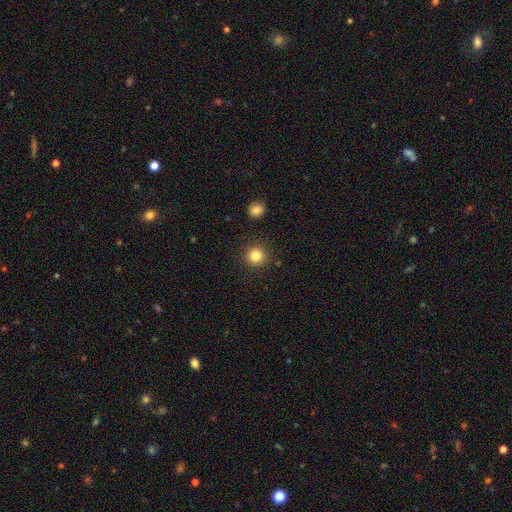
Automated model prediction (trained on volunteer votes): Smooth or featured?
  - smooth: 84% *
  - star or artifact: 11%
  - featured or disk: 5%
How rounded?
  - round: 95% *
  - in between: 4%
  - cigar-shaped: 1%
Merging?
  - none: 91% *
  - minor disturbance: 5%
  - major disturbance: 2%
  - merger: 2%